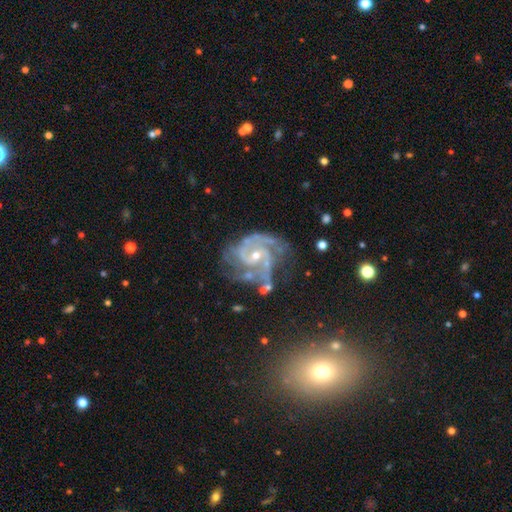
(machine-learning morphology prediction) This appears to be a featured or disk galaxy (90%) with no bar (52%), 2 (55%) medium (52%) spiral arms (98%) and a small central bulge (59%). Merging: none (49%).